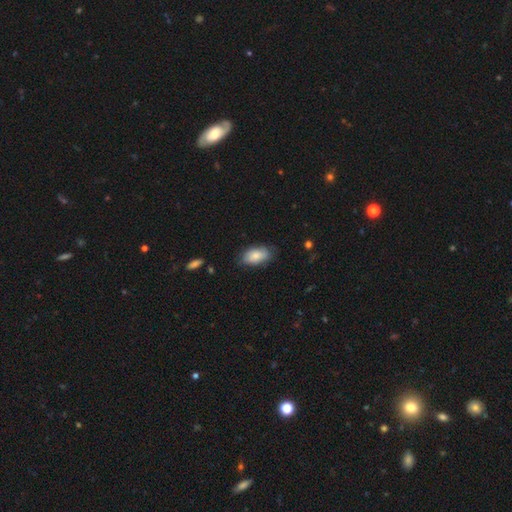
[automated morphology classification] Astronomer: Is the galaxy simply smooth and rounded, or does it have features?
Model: smooth — 78%.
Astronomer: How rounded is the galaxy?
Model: in between — 93%.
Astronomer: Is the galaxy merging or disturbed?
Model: none — 72%.